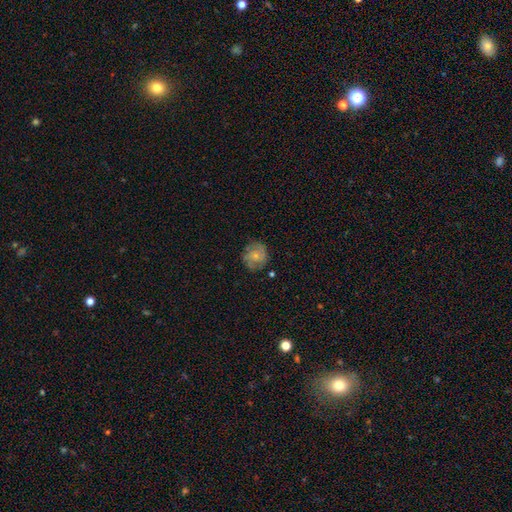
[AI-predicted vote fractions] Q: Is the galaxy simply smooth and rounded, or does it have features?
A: smooth — 57%.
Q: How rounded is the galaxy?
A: round — 82%.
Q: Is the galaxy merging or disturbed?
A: none — 73%.